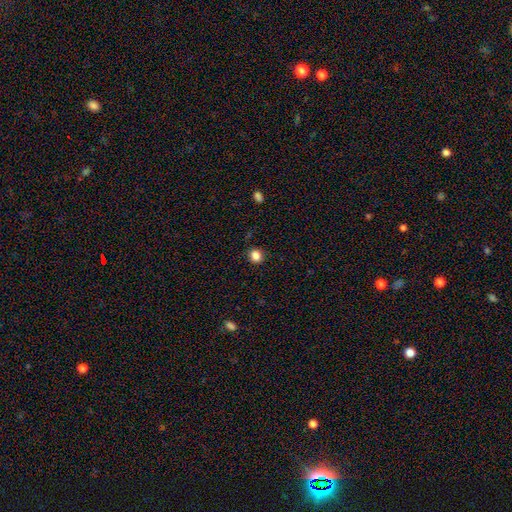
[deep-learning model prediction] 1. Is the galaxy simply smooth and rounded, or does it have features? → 85% smooth, 12% star or artifact, 3% featured or disk.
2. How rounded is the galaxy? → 80% round, 19% in between, 1% cigar-shaped.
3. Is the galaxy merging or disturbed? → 88% none, 8% minor disturbance, 2% major disturbance, 1% merger.